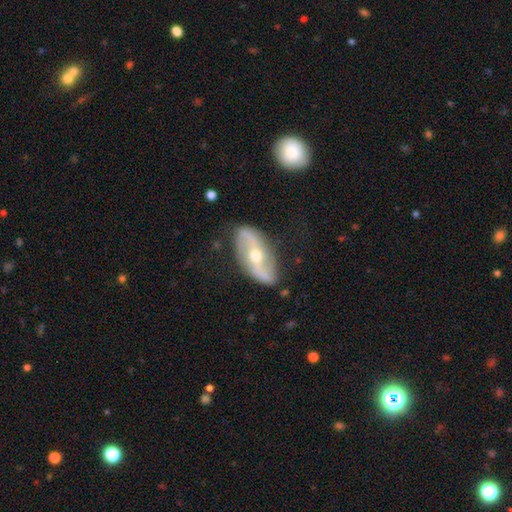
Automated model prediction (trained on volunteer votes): smooth-or-featured: featured or disk: 84% | smooth: 11% | star or artifact: 5%
  disk-edge-on: no: 92% | yes: 8%
    bar: strong: 36% | no: 35% | weak: 29%
    has-spiral-arms: yes: 90% | no: 10%
      spiral-winding: loose: 70% | medium: 21% | tight: 9%
      spiral-arm-count: 2: 92% | can't tell: 3% | 1: 2% | 3: 1% | 4: 1% | more than 4: 1%
    bulge-size: moderate: 57% | small: 39% | large: 2% | none: 1% | dominant: 1%
  merging: none: 78% | minor disturbance: 16% | major disturbance: 5% | merger: 2%